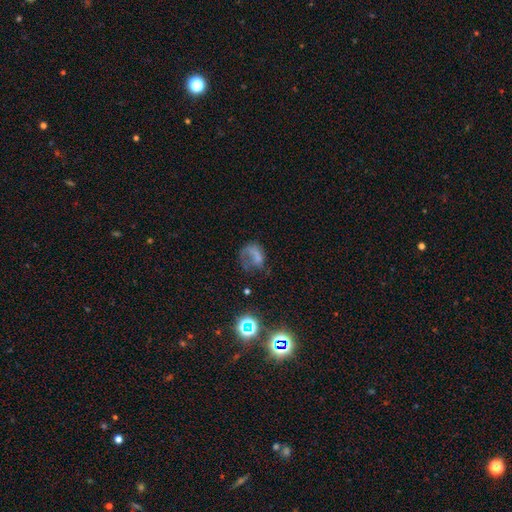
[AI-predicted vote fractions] Morphology: type=smooth (47%); merging=major disturbance (48%).